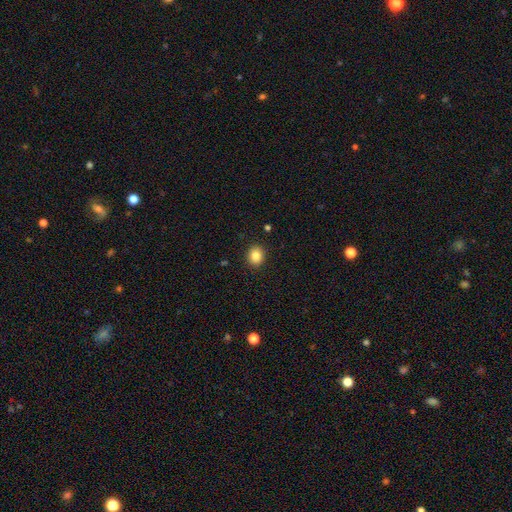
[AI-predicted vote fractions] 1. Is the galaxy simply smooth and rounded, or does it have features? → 85% smooth, 10% star or artifact, 6% featured or disk.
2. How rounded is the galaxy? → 63% round, 36% in between, 1% cigar-shaped.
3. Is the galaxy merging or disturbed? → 91% none, 6% minor disturbance, 2% major disturbance, 1% merger.